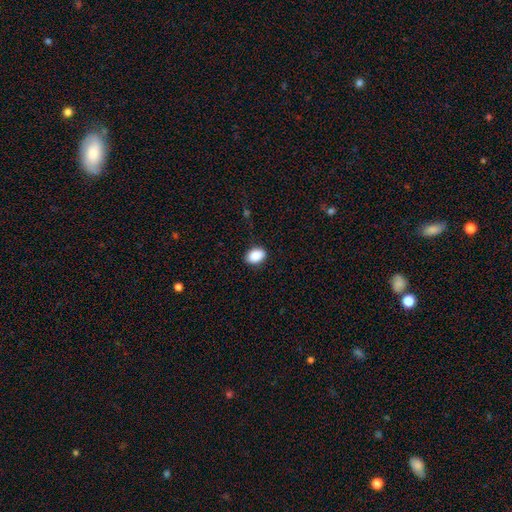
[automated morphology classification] Smooth or featured?
  - smooth: 89% *
  - star or artifact: 7%
  - featured or disk: 3%
How rounded?
  - in between: 80% *
  - round: 19%
  - cigar-shaped: 1%
Merging?
  - none: 86% *
  - minor disturbance: 11%
  - major disturbance: 3%
  - merger: 1%